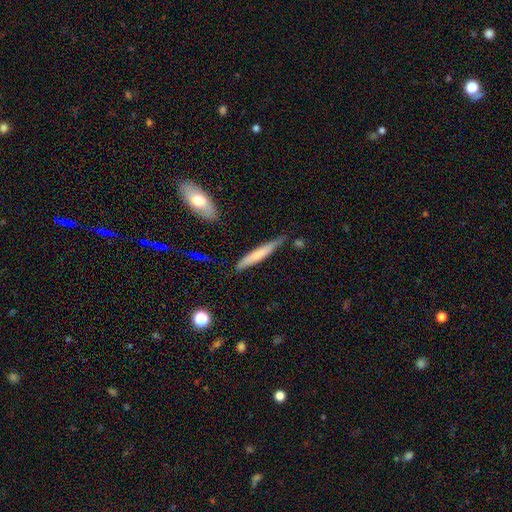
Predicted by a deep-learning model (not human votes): smooth_or_featured: smooth (p=0.61) [alt: featured or disk p=0.33]
how_rounded: cigar-shaped (p=0.93) [alt: in between p=0.05]
merging: none (p=0.76) [alt: minor disturbance p=0.18]